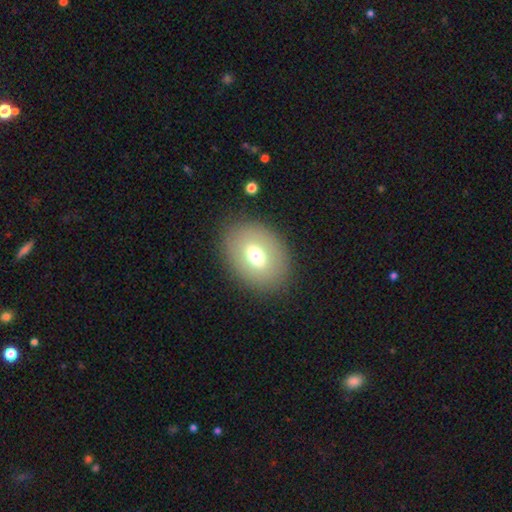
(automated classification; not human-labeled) Smooth or featured?
  - smooth: 61% *
  - featured or disk: 29%
  - star or artifact: 10%
How rounded?
  - in between: 71% *
  - round: 28%
  - cigar-shaped: 1%
Merging?
  - none: 85% *
  - minor disturbance: 9%
  - major disturbance: 5%
  - merger: 1%